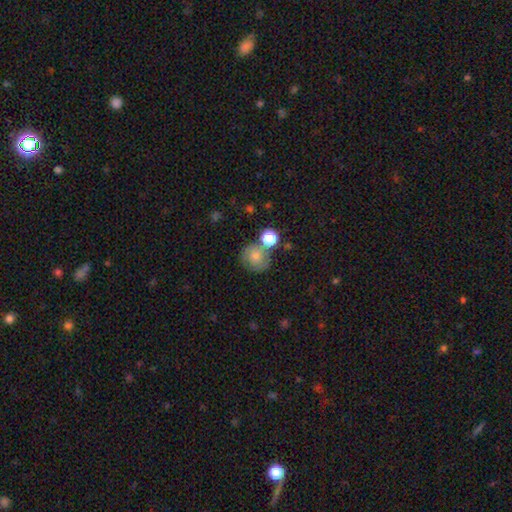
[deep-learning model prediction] Smooth or featured?
  - smooth: 61% *
  - featured or disk: 27%
  - star or artifact: 12%
How rounded?
  - round: 84% *
  - in between: 15%
  - cigar-shaped: 1%
Merging?
  - none: 59% *
  - merger: 20%
  - minor disturbance: 15%
  - major disturbance: 6%